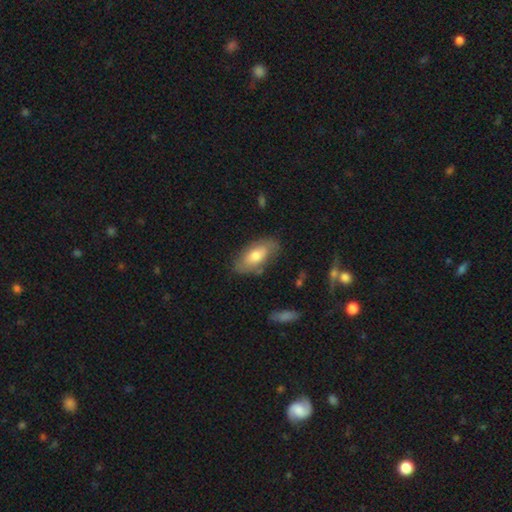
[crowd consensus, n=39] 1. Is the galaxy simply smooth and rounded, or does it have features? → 64% smooth, 31% featured or disk, 5% star or artifact.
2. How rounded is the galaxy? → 88% in between, 12% cigar-shaped, 0% round.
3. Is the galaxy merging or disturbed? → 51% none, 27% minor disturbance, 14% major disturbance, 8% merger.